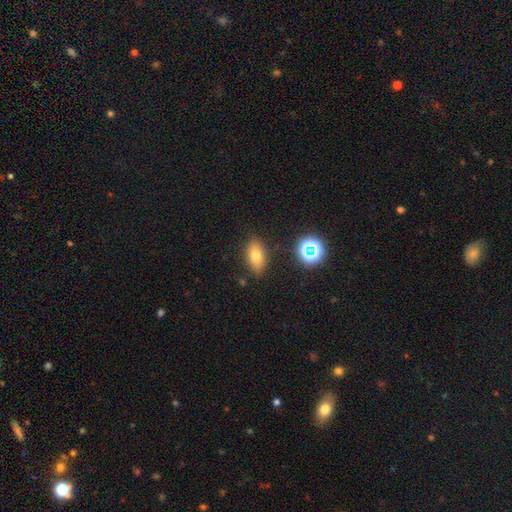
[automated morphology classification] smooth 72%, featured or disk 15%, star or artifact 13%. Down the decision tree: how rounded — in between (83%); merging — none (84%).